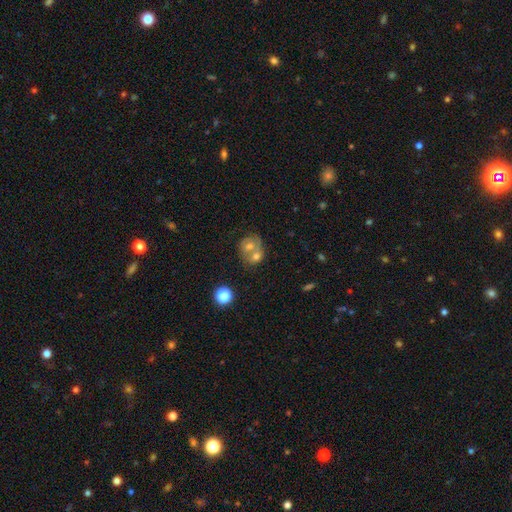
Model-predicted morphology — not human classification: This appears to be a smooth galaxy with no disk features (54%) that is round (69%). Merging: merger (63%).